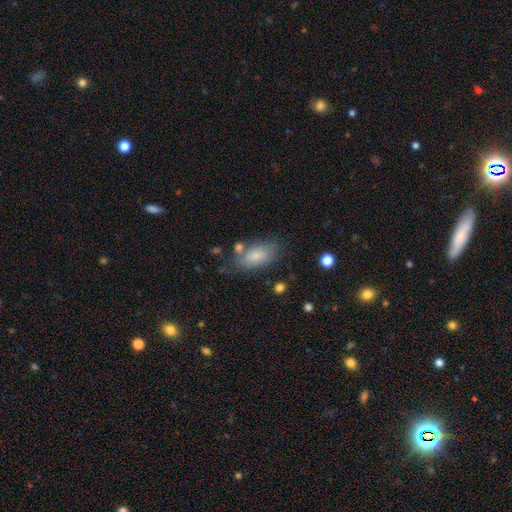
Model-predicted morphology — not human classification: Smooth or featured: smooth — 77% (featured or disk — 16%)
How rounded: in between — 91% (round — 5%)
Merging: none — 60% (minor disturbance — 22%)